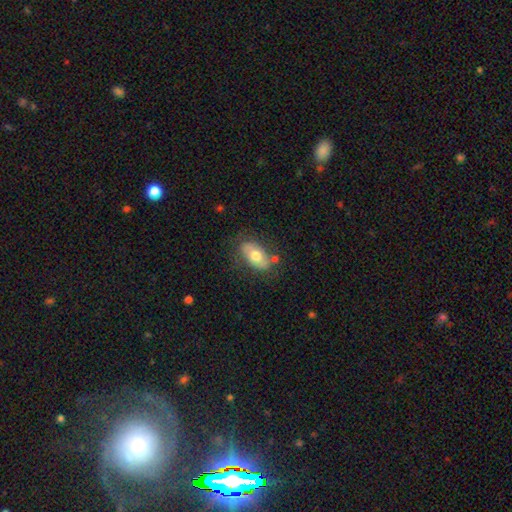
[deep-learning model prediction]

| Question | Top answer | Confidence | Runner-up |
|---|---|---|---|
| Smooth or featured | smooth | 65% | featured or disk (28%) |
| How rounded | in between | 91% | round (7%) |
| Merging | none | 69% | minor disturbance (19%) |